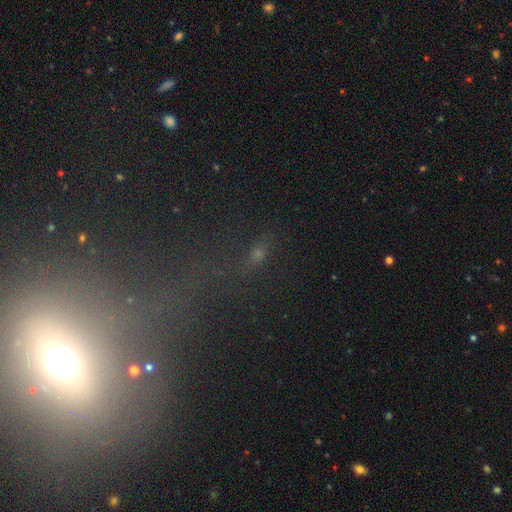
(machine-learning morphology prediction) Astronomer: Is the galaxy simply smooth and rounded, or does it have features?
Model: star or artifact — 48% (runner-up: smooth, 34%).